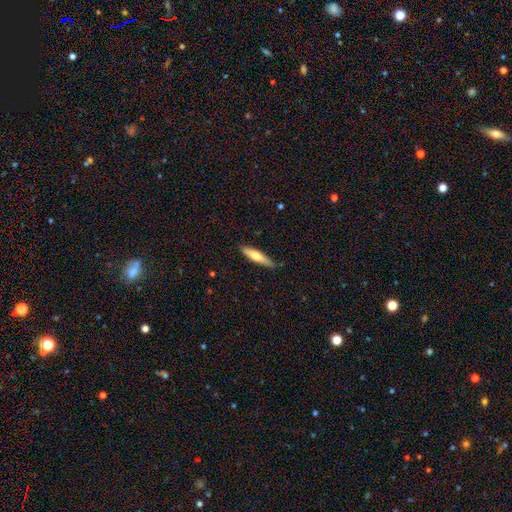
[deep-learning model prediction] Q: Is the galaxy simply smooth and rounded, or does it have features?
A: smooth — 57%.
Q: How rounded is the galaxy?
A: cigar-shaped — 79%.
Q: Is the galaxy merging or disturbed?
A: none — 82%.